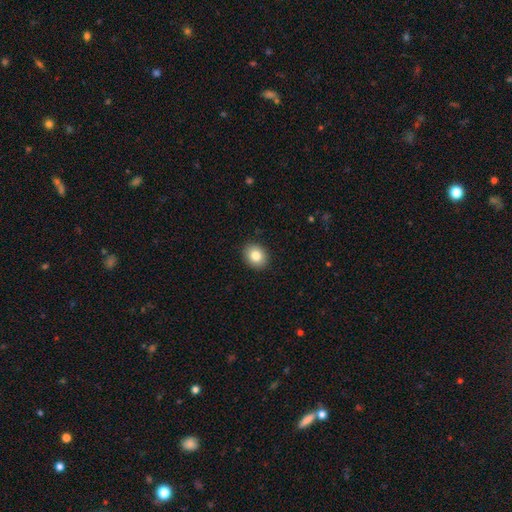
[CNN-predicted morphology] Smooth or featured?
  - smooth: 84% *
  - star or artifact: 9%
  - featured or disk: 8%
How rounded?
  - round: 59% *
  - in between: 40%
  - cigar-shaped: 1%
Merging?
  - none: 91% *
  - minor disturbance: 7%
  - major disturbance: 2%
  - merger: 1%